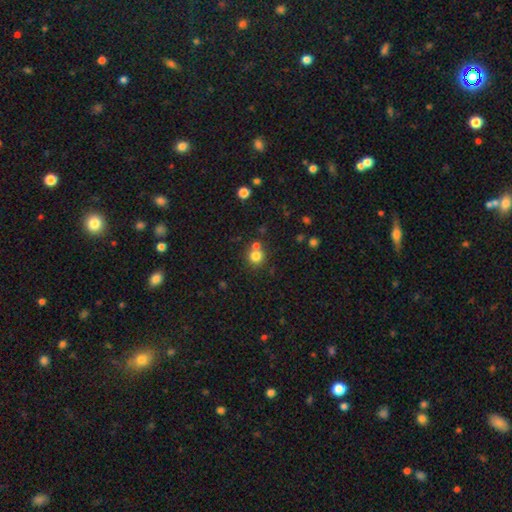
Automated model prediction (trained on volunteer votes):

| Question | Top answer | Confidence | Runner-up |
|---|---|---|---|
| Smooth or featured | smooth | 79% | star or artifact (13%) |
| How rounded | round | 91% | in between (9%) |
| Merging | none | 64% | merger (26%) |